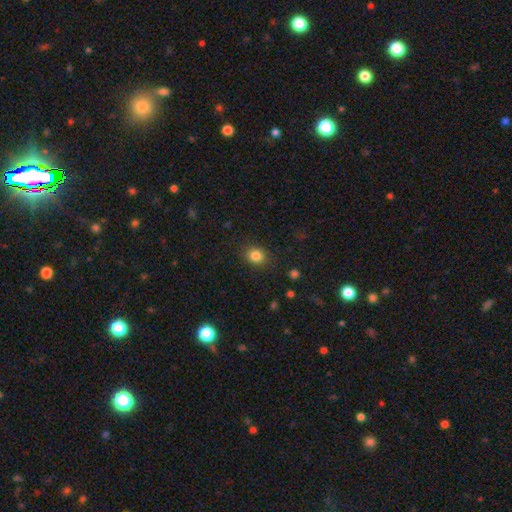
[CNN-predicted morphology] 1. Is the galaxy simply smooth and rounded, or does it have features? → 84% smooth, 11% star or artifact, 5% featured or disk.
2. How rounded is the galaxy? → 61% round, 38% in between, 1% cigar-shaped.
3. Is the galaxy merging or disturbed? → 87% none, 9% minor disturbance, 3% major disturbance, 1% merger.